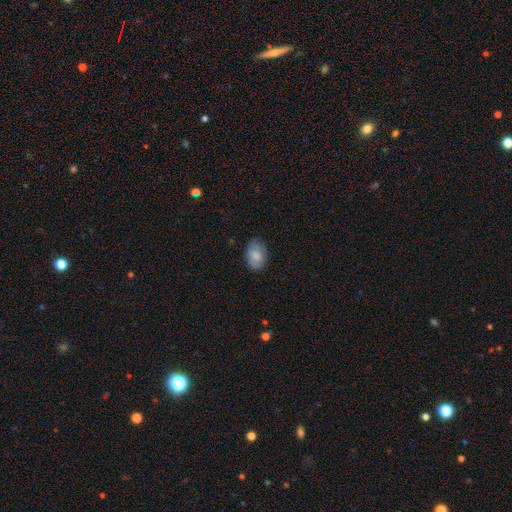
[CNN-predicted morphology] A smooth galaxy with no disk features (82%) that is in between round and cigar-shaped (89%). Merging: none (78%).